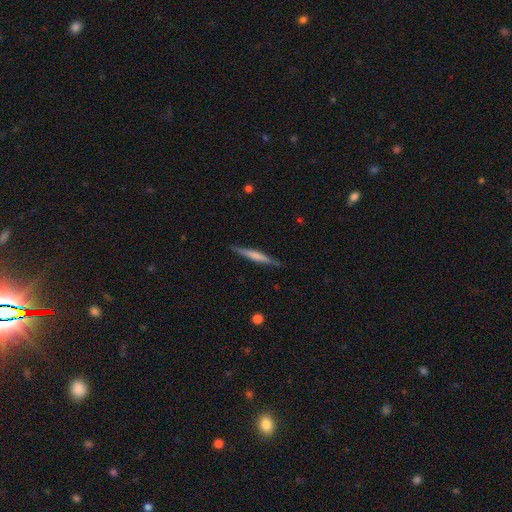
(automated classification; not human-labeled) Overall: smooth (48%; featured or disk 47%). Merging: none (87%).